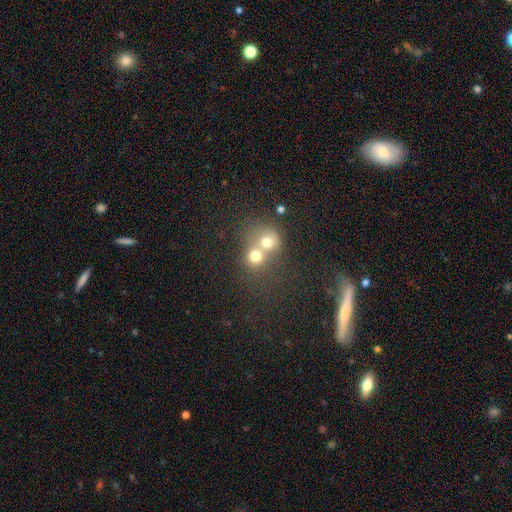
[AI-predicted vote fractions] Smooth or featured: smooth — 70% (featured or disk — 16%)
How rounded: round — 78% (in between — 21%)
Merging: merger — 66% (none — 27%)